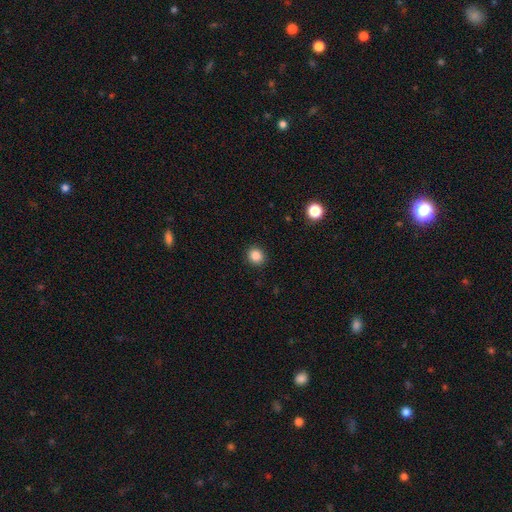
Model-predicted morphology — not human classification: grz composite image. It shows a smooth galaxy with no disk features (85%) that is round (83%). Merging: none (92%).